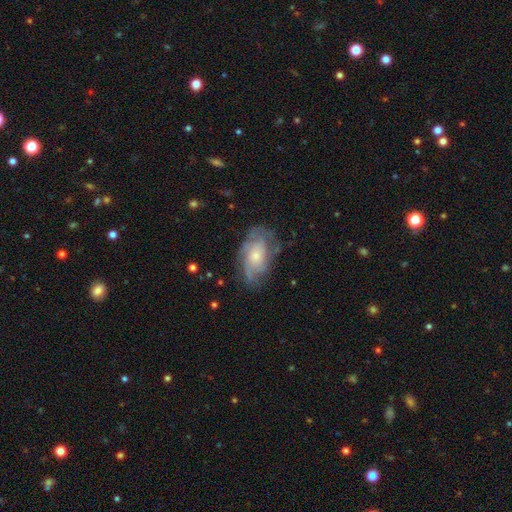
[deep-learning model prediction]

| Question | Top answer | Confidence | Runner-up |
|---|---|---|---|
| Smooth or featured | featured or disk | 66% | smooth (26%) |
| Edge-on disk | no | 95% | yes (5%) |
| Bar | no | 79% | weak (18%) |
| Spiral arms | yes | 83% | no (17%) |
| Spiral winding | tight | 44% | medium (38%) |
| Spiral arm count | can't tell | 45% | 2 (18%) |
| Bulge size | small | 56% | moderate (36%) |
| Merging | none | 64% | minor disturbance (23%) |